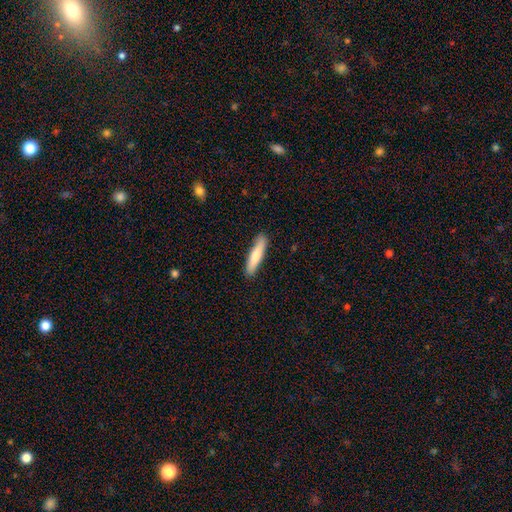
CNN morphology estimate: Smooth or featured? smooth (76%)
How rounded? cigar-shaped (87%)
Merging? none (88%)